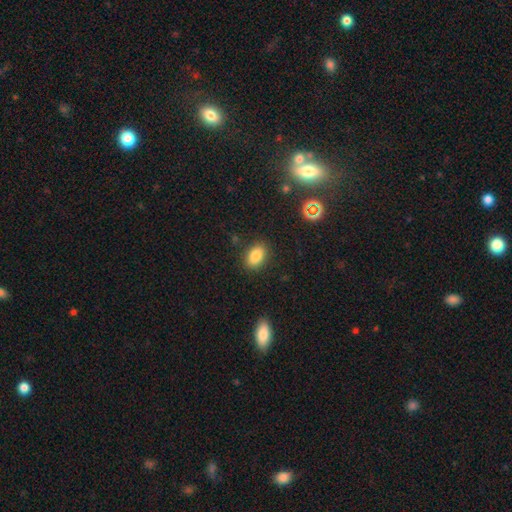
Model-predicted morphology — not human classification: type=smooth (85%); roundness=in between (86%); merging=none (85%).